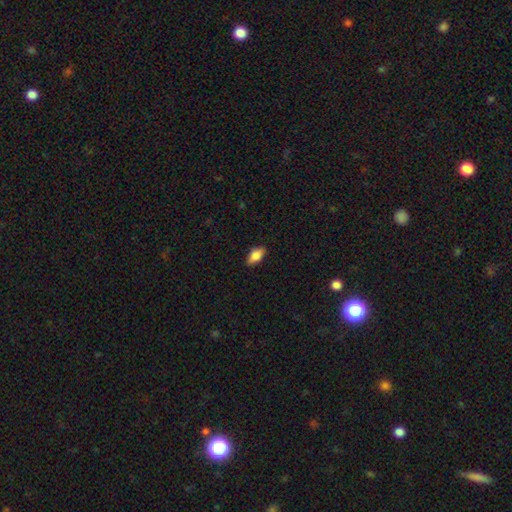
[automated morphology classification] This is clearly a smooth galaxy (81%). How rounded: clearly in between (89%). Merging: clearly none (85%).